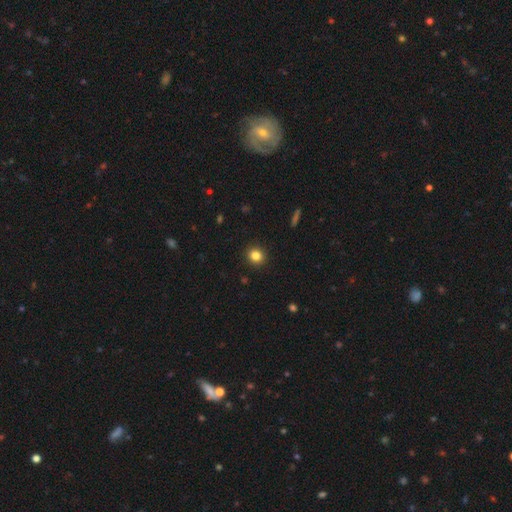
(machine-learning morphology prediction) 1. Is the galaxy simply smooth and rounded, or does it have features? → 83% smooth, 11% star or artifact, 6% featured or disk.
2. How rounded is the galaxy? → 88% round, 11% in between, 1% cigar-shaped.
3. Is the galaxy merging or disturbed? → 92% none, 5% minor disturbance, 2% major disturbance, 1% merger.